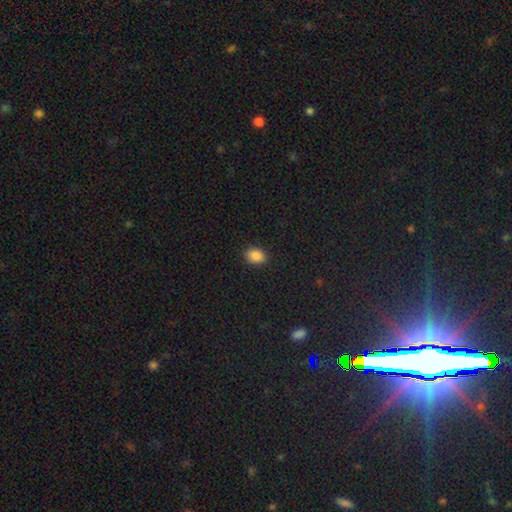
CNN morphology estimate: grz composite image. It shows a smooth galaxy with no disk features (88%) that is in between round and cigar-shaped (73%). Merging: none (90%).